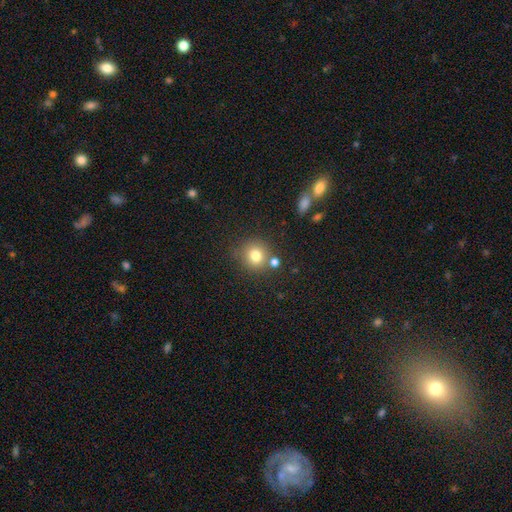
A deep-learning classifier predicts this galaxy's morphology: smooth-or-featured: smooth: 78% | star or artifact: 13% | featured or disk: 9%
  how-rounded: round: 89% | in between: 10% | cigar-shaped: 1%
  merging: none: 73% | merger: 13% | minor disturbance: 10% | major disturbance: 3%